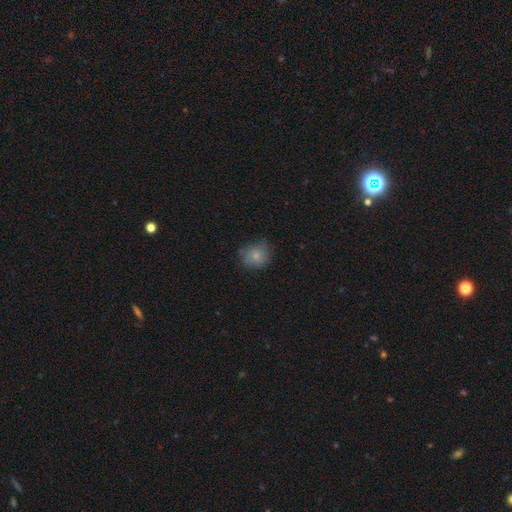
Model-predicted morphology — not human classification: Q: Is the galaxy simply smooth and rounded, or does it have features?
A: smooth — 79%.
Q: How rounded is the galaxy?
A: round — 78%.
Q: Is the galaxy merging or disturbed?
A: none — 70%.